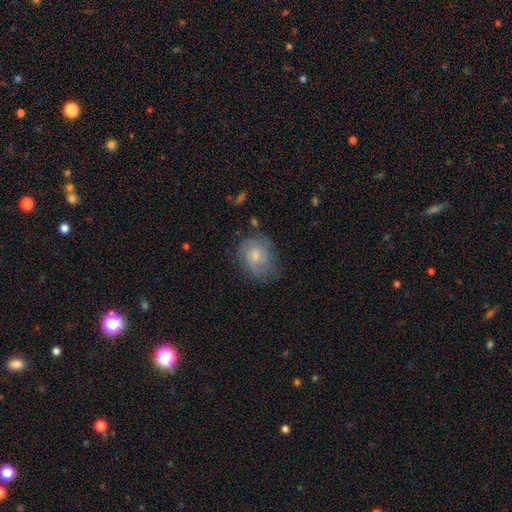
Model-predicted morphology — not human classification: Smooth or featured? smooth (59%)
How rounded? round (53%)
Merging? none (58%)